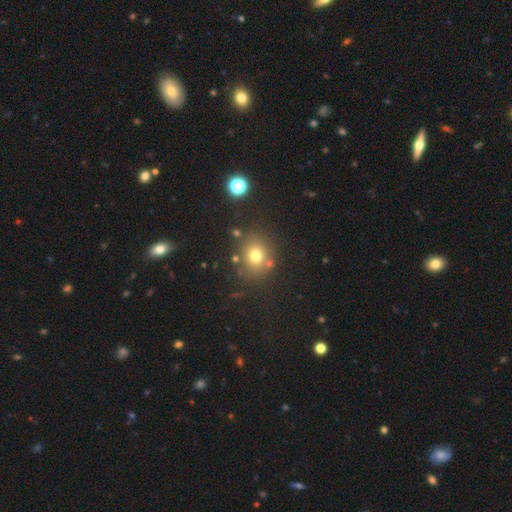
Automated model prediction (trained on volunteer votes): Smooth or featured? Predicted: smooth (p=0.71). How rounded? Predicted: round (p=0.77). Merging? Predicted: none (p=0.79).